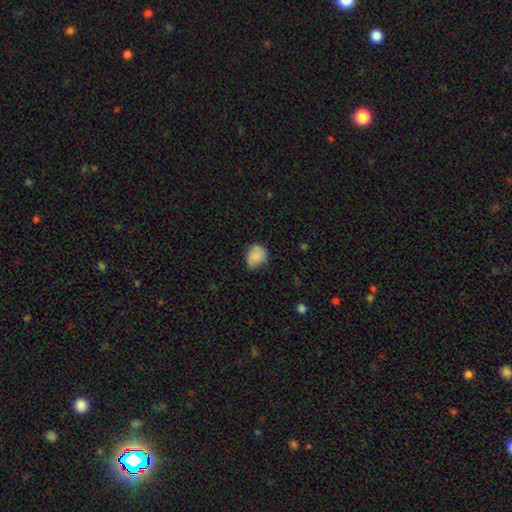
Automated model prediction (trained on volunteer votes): Smooth or featured? smooth (85%)
How rounded? in between (50%, tied with round)
Merging? none (65%)